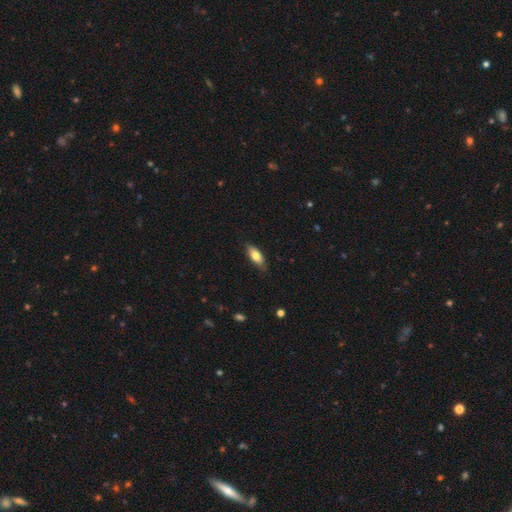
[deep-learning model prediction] Smooth or featured? Predicted: smooth (p=0.71). How rounded? Predicted: in between (p=0.72). Merging? Predicted: none (p=0.82).